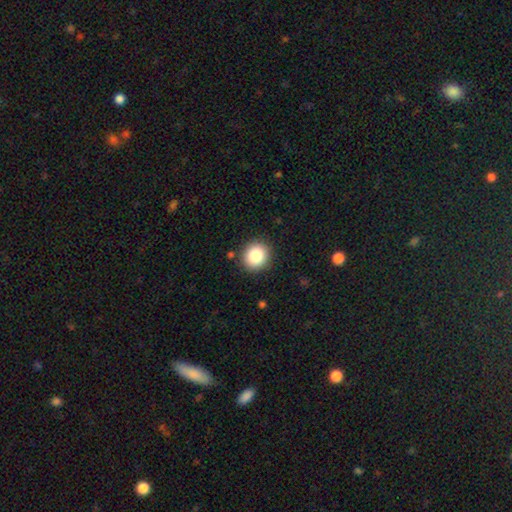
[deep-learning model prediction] This is clearly a smooth galaxy (84%). How rounded: clearly round (84%). Merging: clearly none (89%).